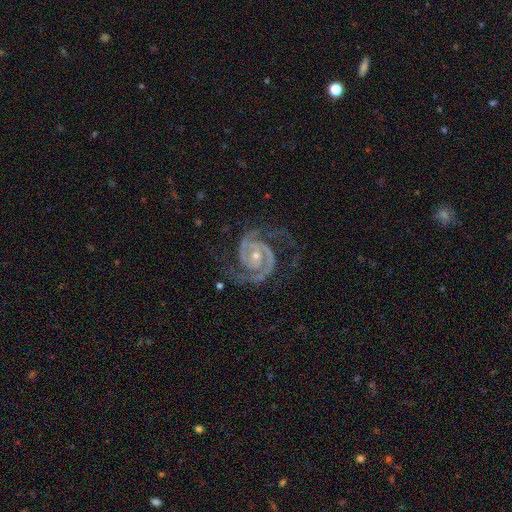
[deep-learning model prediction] Q: Smooth or featured?
A: featured or disk (94%); runner-up: star or artifact (4%)
Q: Edge-on disk?
A: no (98%); runner-up: yes (2%)
Q: Bar?
A: no (62%); runner-up: weak (25%)
Q: Spiral arms?
A: yes (99%); runner-up: no (1%)
Q: Spiral winding?
A: tight (54%); runner-up: medium (41%)
Q: Spiral arm count?
A: 2 (91%); runner-up: 3 (4%)
Q: Bulge size?
A: small (56%); runner-up: moderate (41%)
Q: Merging?
A: none (74%); runner-up: minor disturbance (17%)